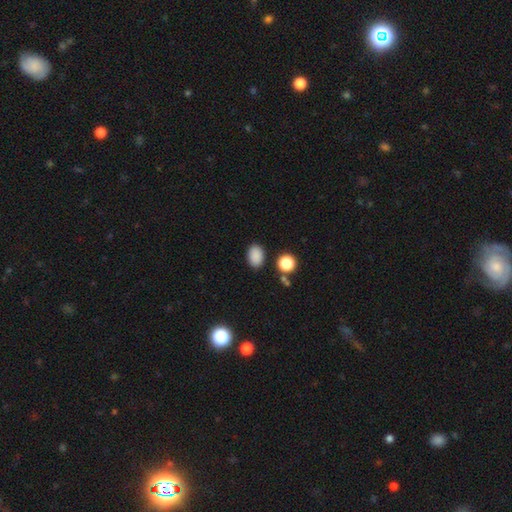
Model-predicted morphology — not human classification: smooth-or-featured: smooth: 87% | star or artifact: 10% | featured or disk: 4%
  how-rounded: in between: 83% | round: 16% | cigar-shaped: 1%
  merging: none: 85% | minor disturbance: 10% | merger: 3% | major disturbance: 3%